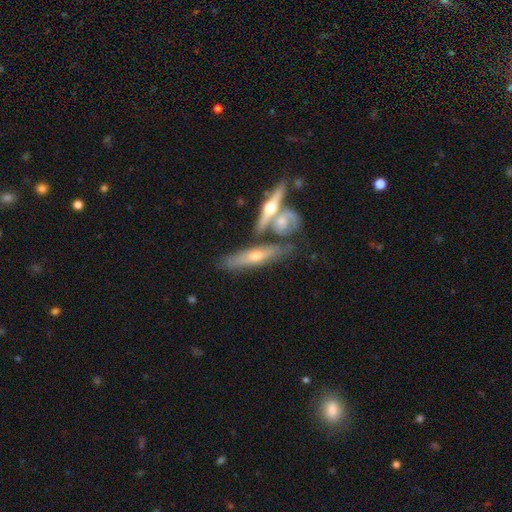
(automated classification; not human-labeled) smooth_or_featured: featured or disk (p=0.69) [alt: smooth p=0.22]
disk_edge_on: yes (p=0.80) [alt: no p=0.20]
edge_on_bulge: rounded (p=0.88) [alt: none p=0.08]
merging: none (p=0.48) [alt: merger p=0.36]